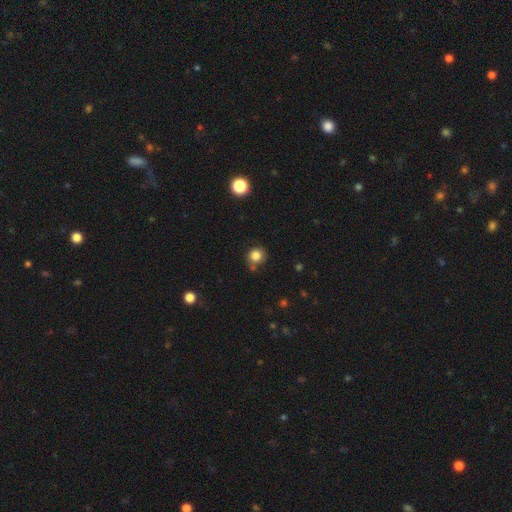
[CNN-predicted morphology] Smooth or featured?
  - smooth: 82% *
  - star or artifact: 12%
  - featured or disk: 6%
How rounded?
  - round: 91% *
  - in between: 8%
  - cigar-shaped: 1%
Merging?
  - none: 77% *
  - minor disturbance: 12%
  - merger: 7%
  - major disturbance: 3%